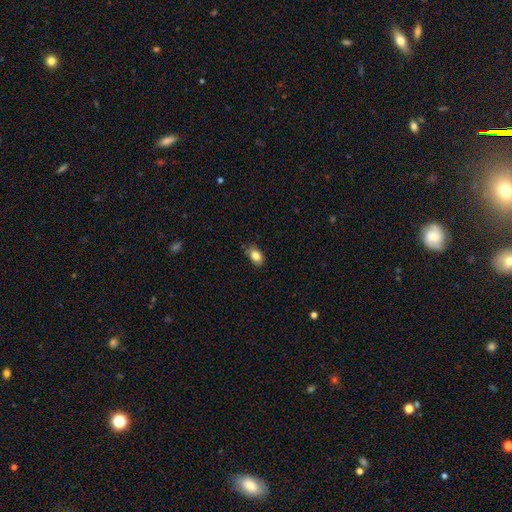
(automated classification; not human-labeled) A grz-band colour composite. It shows a smooth galaxy with no disk features (83%) that is in between round and cigar-shaped (86%). Merging: none (78%).